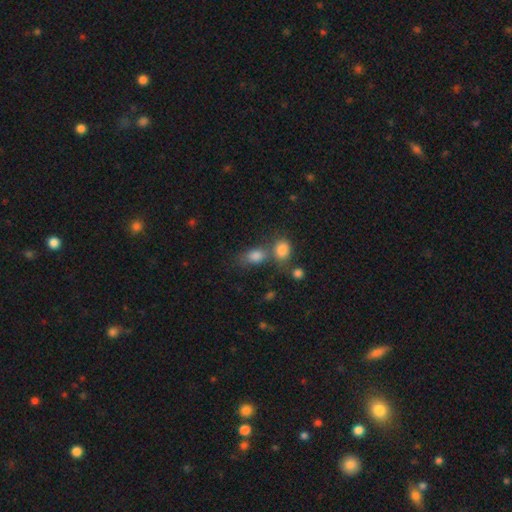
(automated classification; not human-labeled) Overall: smooth (82%). How rounded: in between (79%). Merging: merger (42%; none 39%).